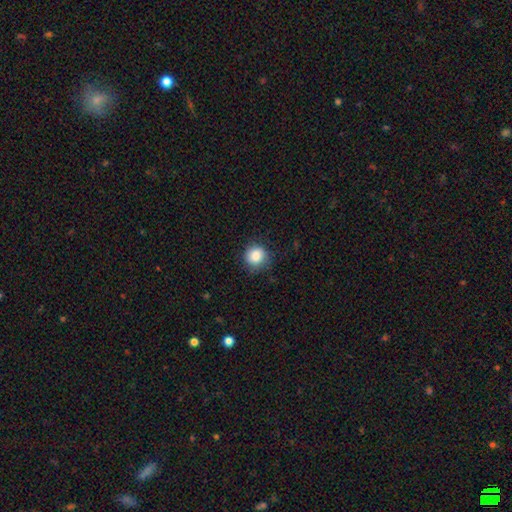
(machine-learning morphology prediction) Smooth or featured?
  - smooth: 86% *
  - star or artifact: 9%
  - featured or disk: 5%
How rounded?
  - round: 89% *
  - in between: 10%
  - cigar-shaped: 1%
Merging?
  - none: 82% *
  - minor disturbance: 14%
  - major disturbance: 3%
  - merger: 1%